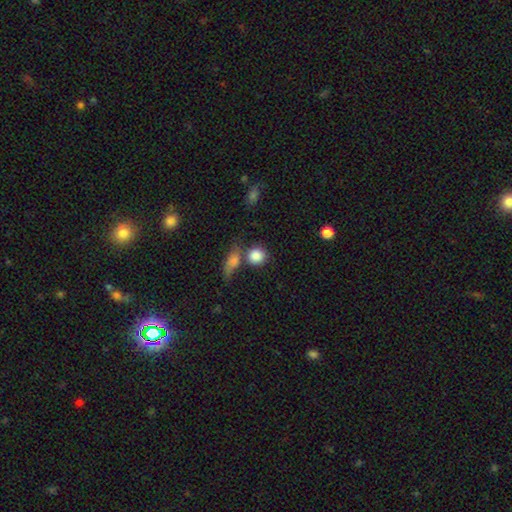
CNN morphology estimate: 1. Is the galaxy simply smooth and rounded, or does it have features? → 84% smooth, 9% star or artifact, 7% featured or disk.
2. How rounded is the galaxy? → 83% round, 15% in between, 2% cigar-shaped.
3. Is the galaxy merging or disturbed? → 52% none, 29% merger, 12% minor disturbance, 7% major disturbance.